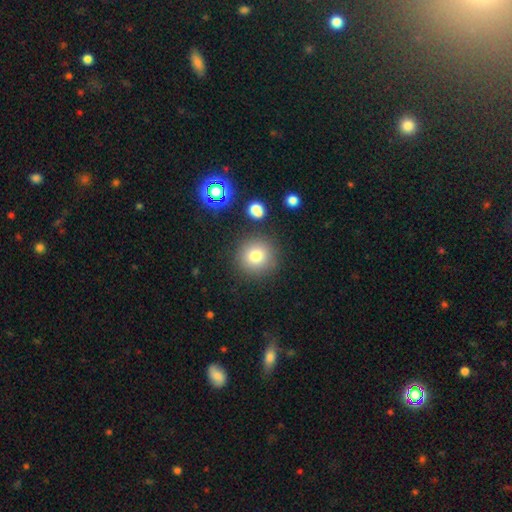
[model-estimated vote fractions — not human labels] Smooth or featured? smooth (78%)
How rounded? round (94%)
Merging? none (86%)